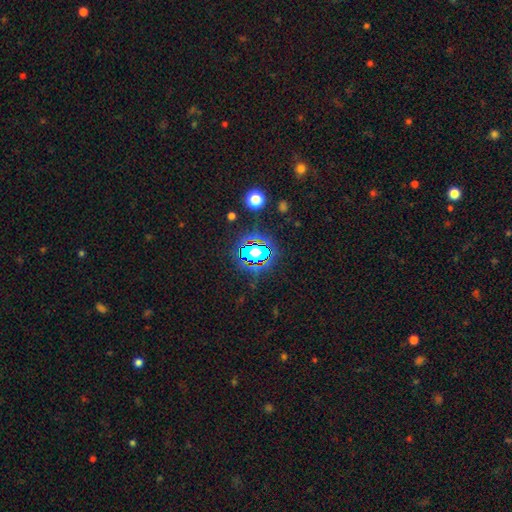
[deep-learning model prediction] This is likely a star or artifact rather than a galaxy (76%).